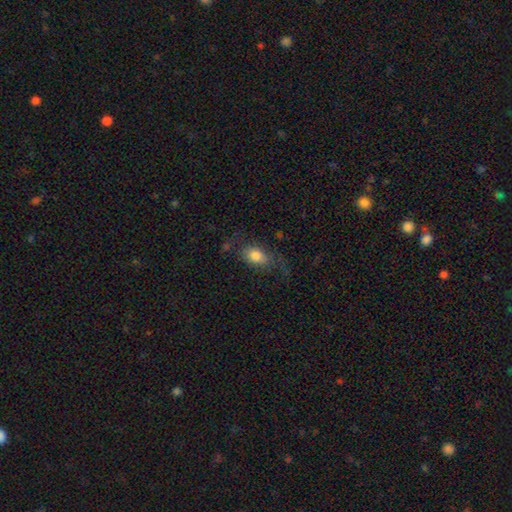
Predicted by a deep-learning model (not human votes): A smooth galaxy with no disk features (76%) that is in between round and cigar-shaped (84%).

Vote fractions:
- Smooth or featured? smooth: 76% / featured or disk: 15% / star or artifact: 9%
- How rounded? in between: 84% / round: 12% / cigar-shaped: 4%
- Merging? none: 56% / minor disturbance: 23% / major disturbance: 18% / merger: 3%